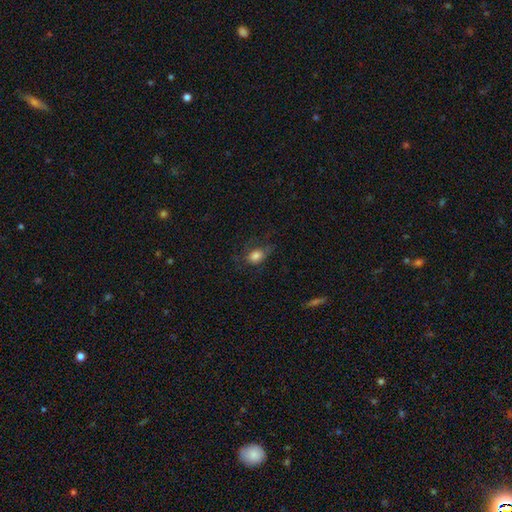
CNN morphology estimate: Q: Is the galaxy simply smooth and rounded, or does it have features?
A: smooth — 79%.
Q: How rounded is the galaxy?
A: in between — 64%.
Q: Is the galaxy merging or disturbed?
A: none — 55%.